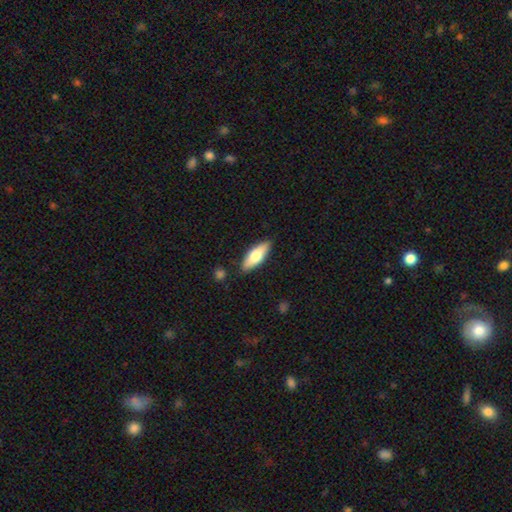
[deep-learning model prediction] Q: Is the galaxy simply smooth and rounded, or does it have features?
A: smooth — 67%.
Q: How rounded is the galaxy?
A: in between — 64%.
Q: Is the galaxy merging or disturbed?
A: none — 86%.